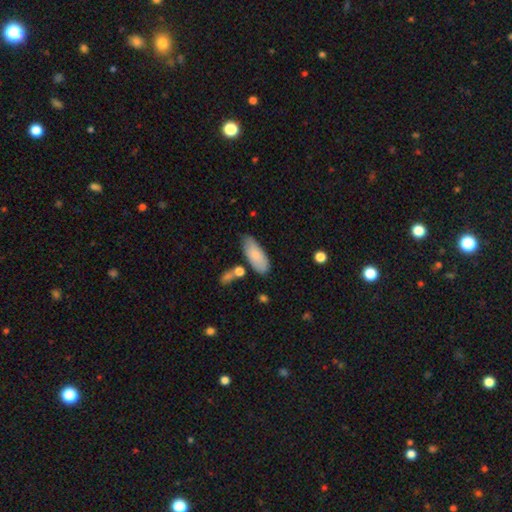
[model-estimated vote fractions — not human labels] A smooth galaxy with no disk features (81%) that is in between round and cigar-shaped (83%).

Vote fractions:
- Smooth or featured? smooth: 81% / featured or disk: 13% / star or artifact: 6%
- How rounded? in between: 83% / cigar-shaped: 15% / round: 2%
- Merging? none: 68% / minor disturbance: 21% / merger: 7% / major disturbance: 4%